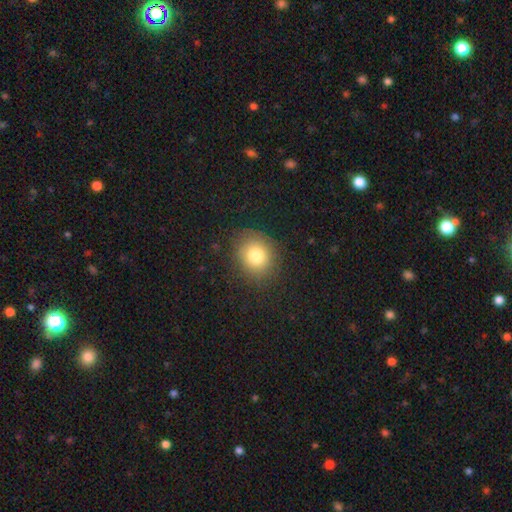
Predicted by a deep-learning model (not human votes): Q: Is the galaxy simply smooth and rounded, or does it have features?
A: smooth — 79%.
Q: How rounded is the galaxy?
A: round — 71%.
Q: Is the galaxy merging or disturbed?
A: none — 85%.